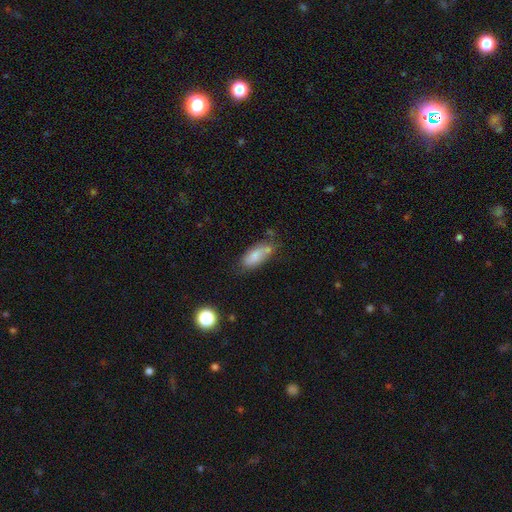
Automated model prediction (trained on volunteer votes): A smooth galaxy with no disk features (76%) that is in between round and cigar-shaped (81%).

Vote fractions:
- Smooth or featured? smooth: 76% / featured or disk: 16% / star or artifact: 8%
- How rounded? in between: 81% / cigar-shaped: 16% / round: 3%
- Merging? none: 54% / minor disturbance: 26% / merger: 13% / major disturbance: 7%